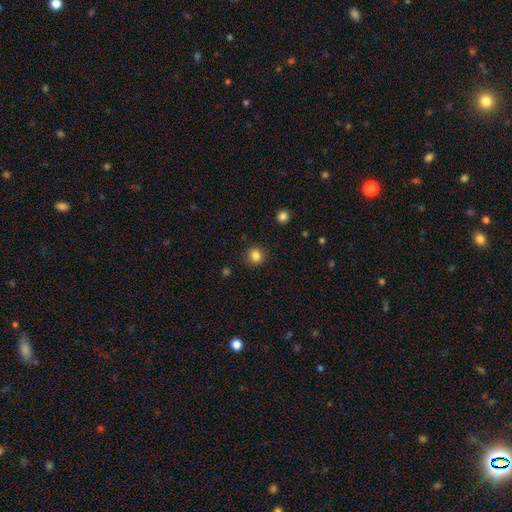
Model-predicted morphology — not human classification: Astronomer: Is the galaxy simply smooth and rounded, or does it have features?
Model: smooth — 84%.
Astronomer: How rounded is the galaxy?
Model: round — 90%.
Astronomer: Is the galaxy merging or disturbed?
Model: none — 90%.